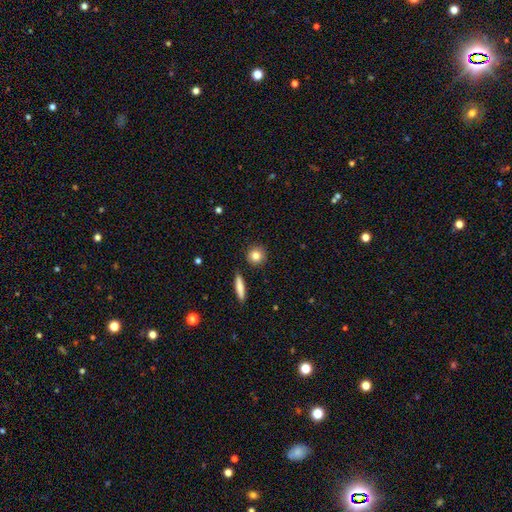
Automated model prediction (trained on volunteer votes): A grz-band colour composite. It shows a smooth galaxy with no disk features (83%) that is round (89%). Merging: none (89%).